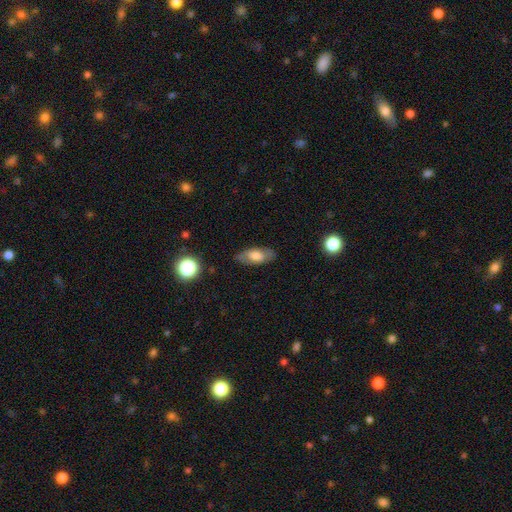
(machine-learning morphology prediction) smooth_or_featured: smooth (p=0.57) [alt: featured or disk p=0.35]
how_rounded: in between (p=0.86) [alt: cigar-shaped p=0.10]
merging: none (p=0.80) [alt: minor disturbance p=0.15]